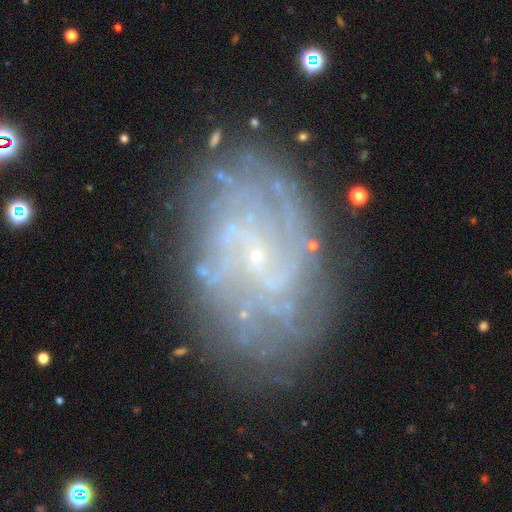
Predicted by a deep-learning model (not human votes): Smooth or featured?
  - featured or disk: 81% *
  - smooth: 11%
  - star or artifact: 8%
Edge-on disk?
  - no: 96% *
  - yes: 4%
Bar?
  - no: 51% *
  - weak: 38%
  - strong: 10%
Spiral arms?
  - yes: 88% *
  - no: 12%
Spiral winding?
  - tight: 56% *
  - medium: 31%
  - loose: 13%
Spiral arm count?
  - can't tell: 46% *
  - 2: 16%
  - 4: 12%
  - more than 4: 10%
  - 3: 10%
  - 1: 6%
Bulge size?
  - small: 85% *
  - none: 7%
  - moderate: 6%
  - large: 1%
  - dominant: 1%
Merging?
  - none: 78% *
  - minor disturbance: 15%
  - major disturbance: 6%
  - merger: 2%